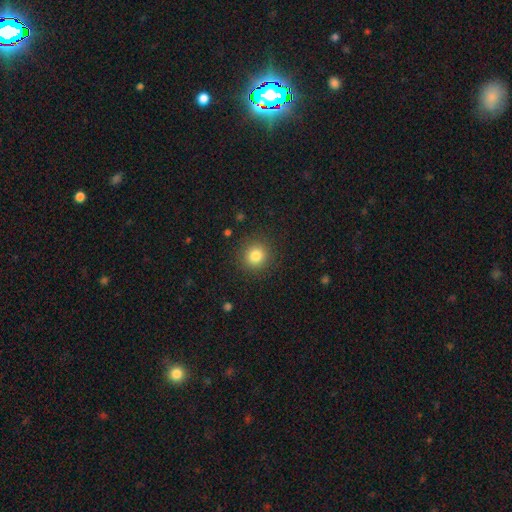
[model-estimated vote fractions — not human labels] The model was most divided on "smooth or featured": smooth: 82%, star or artifact: 12%, featured or disk: 6%. More confident: how rounded — round (91%); merging — none (90%).